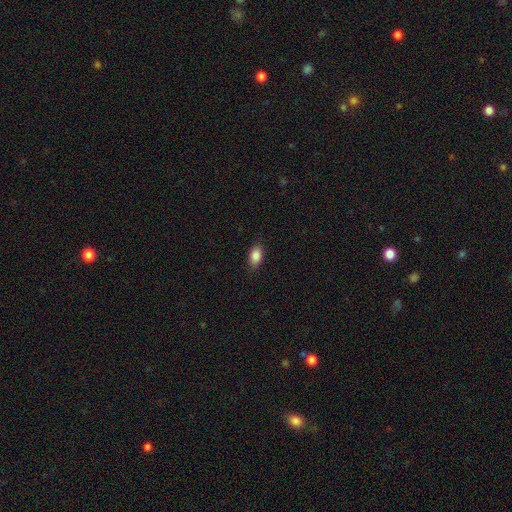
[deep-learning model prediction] Morphology: type=smooth (87%); roundness=in between (87%); merging=none (84%).